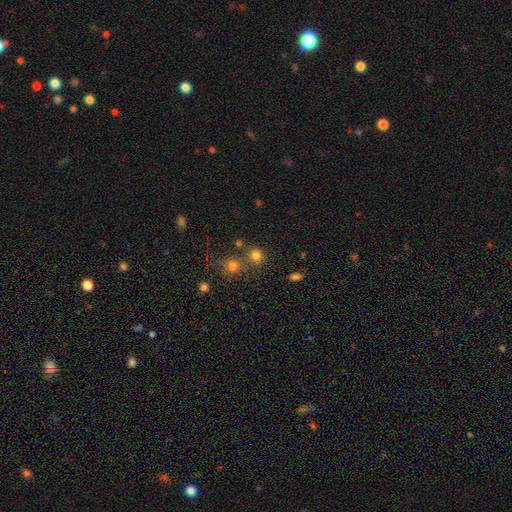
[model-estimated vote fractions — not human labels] This is likely a smooth galaxy (75%). How rounded: clearly round (85%). Merging: likely none (64%).